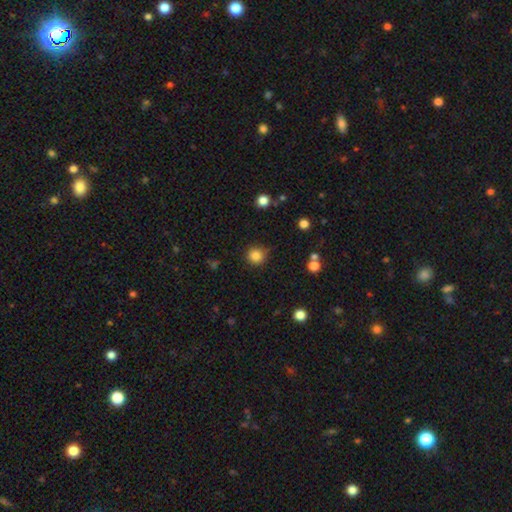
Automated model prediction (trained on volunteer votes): Smooth or featured? Predicted: smooth (p=0.84). How rounded? Predicted: round (p=0.92). Merging? Predicted: none (p=0.82).